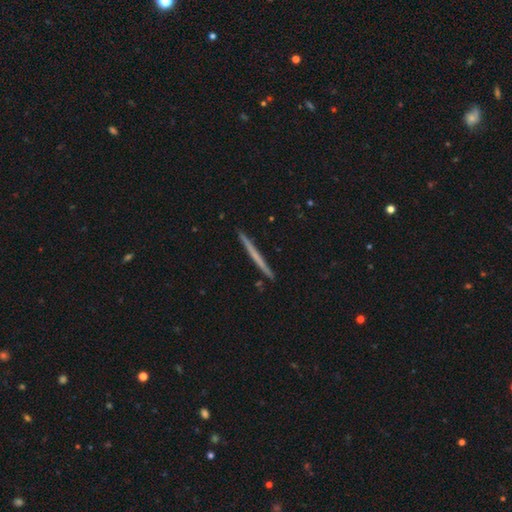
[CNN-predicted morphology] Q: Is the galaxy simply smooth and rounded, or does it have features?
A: featured or disk — 49%.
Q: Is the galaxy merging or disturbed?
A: none — 92%.